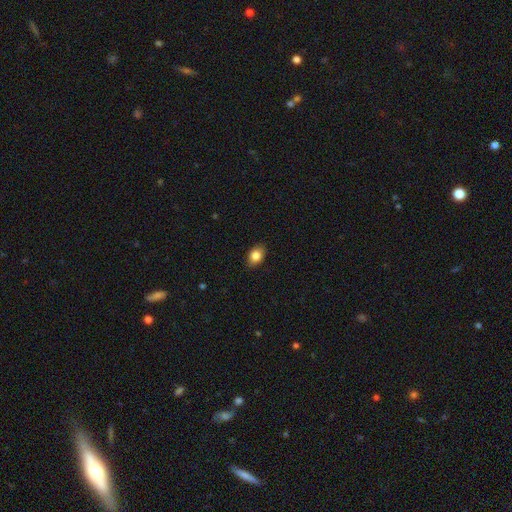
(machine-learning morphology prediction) smooth 84%, star or artifact 8%, featured or disk 7%. Down the decision tree: how rounded — in between (77%); merging — none (88%).